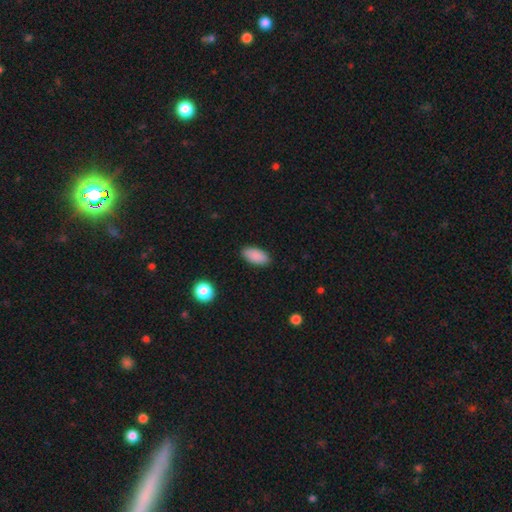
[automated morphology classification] A smooth galaxy with no disk features (89%) that is in between round and cigar-shaped (93%). Merging: none (88%).